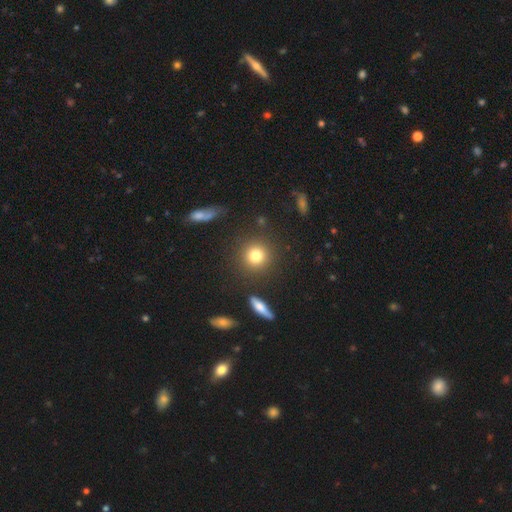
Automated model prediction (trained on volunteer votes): A smooth galaxy with no disk features (80%) that is round (91%). Merging: none (86%).